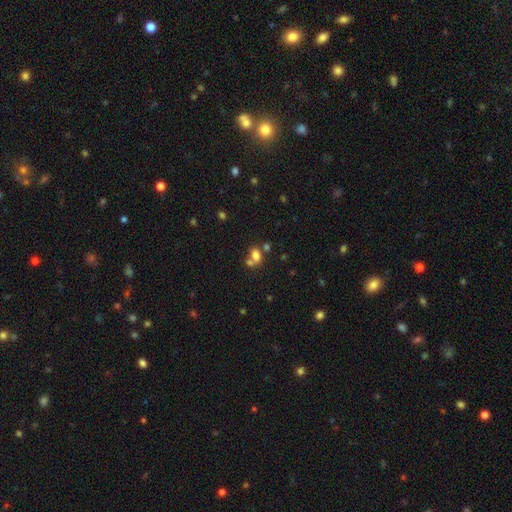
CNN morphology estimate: Smooth or featured: smooth — 74% (star or artifact — 14%)
How rounded: in between — 70% (round — 28%)
Merging: merger — 47% (none — 39%)